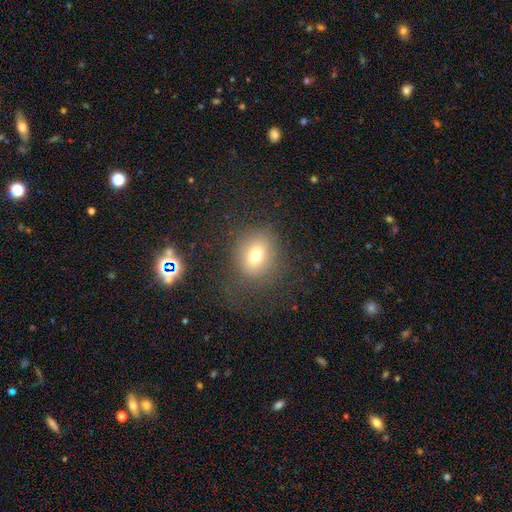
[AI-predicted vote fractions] smooth 70%, star or artifact 16%, featured or disk 14%. Down the decision tree: how rounded — round (71%); merging — none (72%).